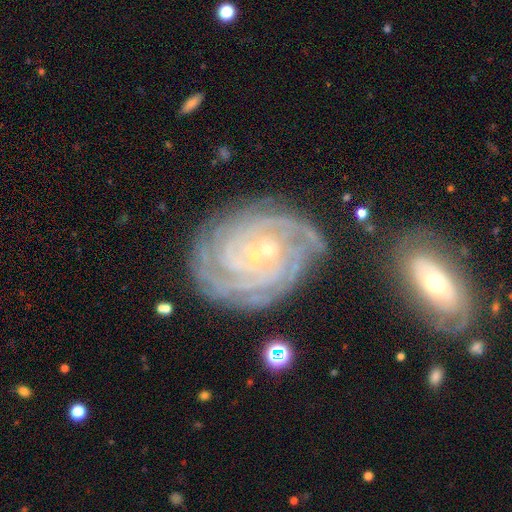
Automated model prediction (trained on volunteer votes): Smooth or featured: featured or disk — 89% (star or artifact — 6%)
Edge-on disk: no — 97% (yes — 3%)
Bar: no — 72% (weak — 20%)
Spiral arms: yes — 98% (no — 2%)
Spiral winding: tight — 85% (medium — 13%)
Spiral arm count: 4 — 29% (3 — 18%)
Bulge size: small — 87% (moderate — 9%)
Merging: none — 73% (minor disturbance — 16%)